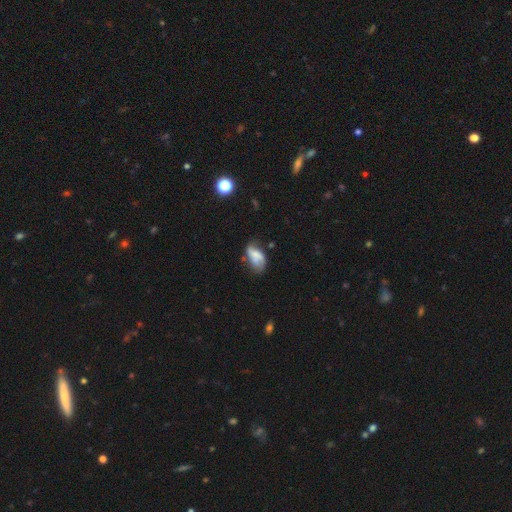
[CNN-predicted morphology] A smooth galaxy with no disk features (53%) that is in between round and cigar-shaped (89%). Merging: none (38%).